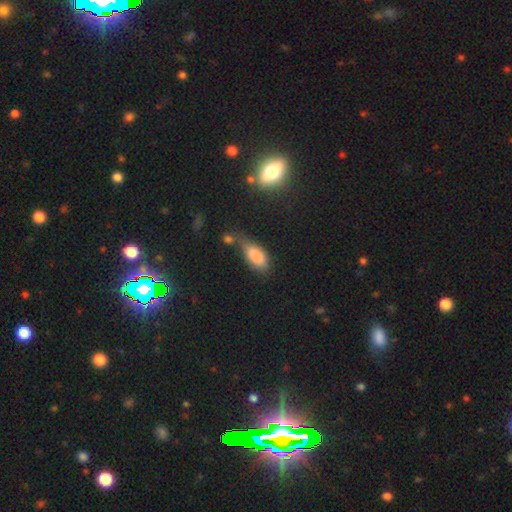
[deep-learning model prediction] This is clearly a smooth galaxy (83%). How rounded: clearly in between (87%). Merging: marginally none (36%).